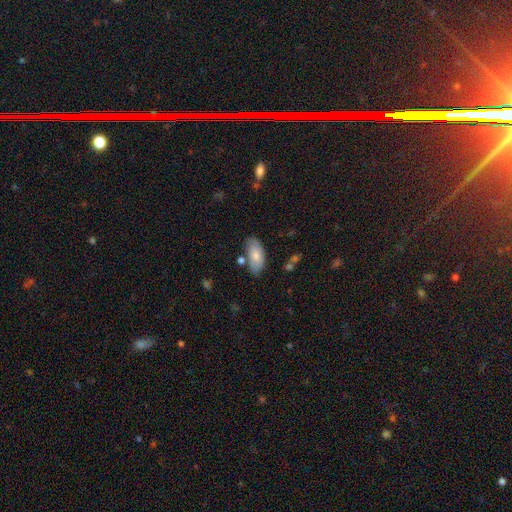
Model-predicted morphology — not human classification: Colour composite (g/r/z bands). It shows a smooth galaxy with no disk features (73%) that is in between round and cigar-shaped (92%). Merging: none (69%).